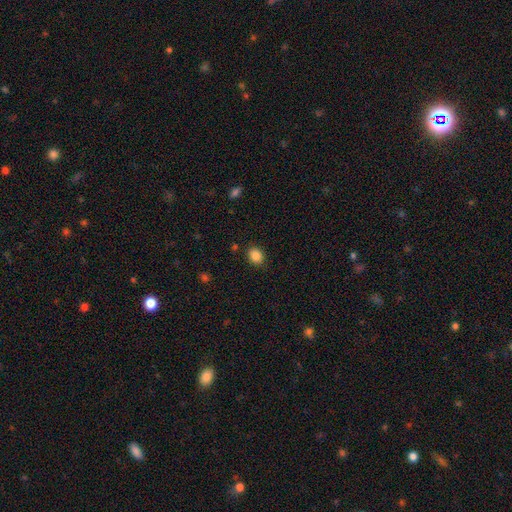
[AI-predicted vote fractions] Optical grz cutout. It shows a smooth galaxy with no disk features (86%) that is round (51%). Merging: none (88%).